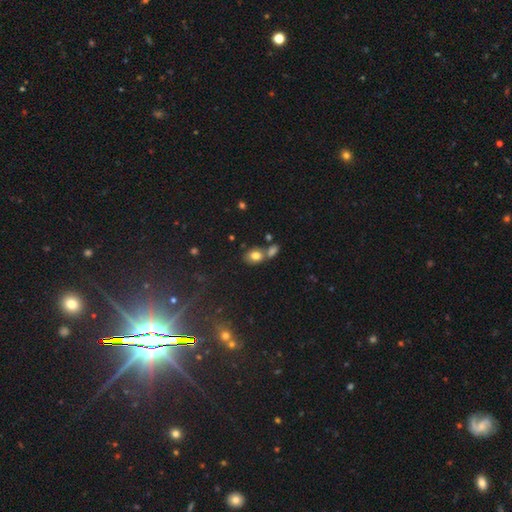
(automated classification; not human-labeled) The model was most divided on "merging": none: 50%, merger: 34%, minor disturbance: 11%, major disturbance: 4%. More confident: smooth or featured — smooth (77%); how rounded — in between (67%).